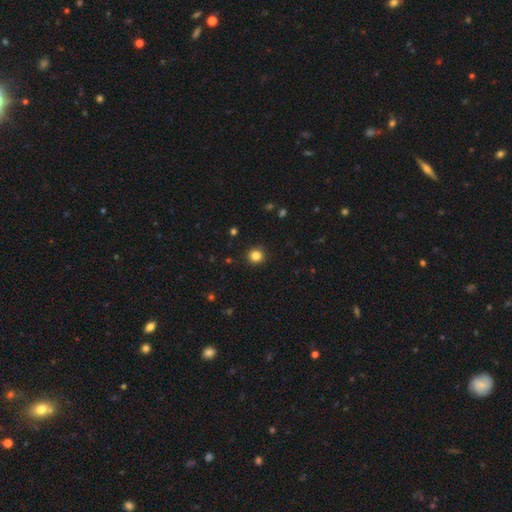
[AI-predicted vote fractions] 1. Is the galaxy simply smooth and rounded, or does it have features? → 84% smooth, 12% star or artifact, 4% featured or disk.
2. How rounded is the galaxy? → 94% round, 5% in between, 1% cigar-shaped.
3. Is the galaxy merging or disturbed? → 92% none, 5% minor disturbance, 2% major disturbance, 1% merger.